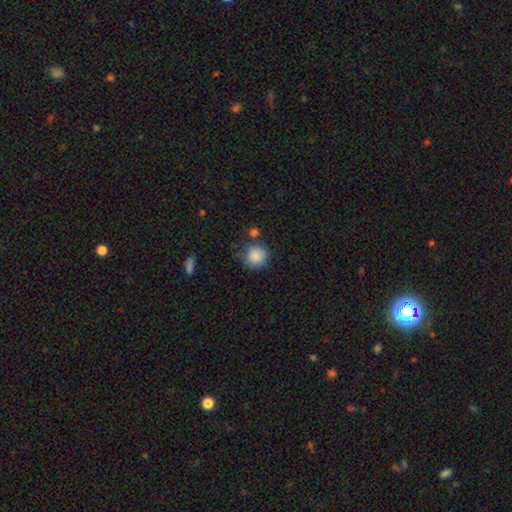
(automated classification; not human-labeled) A smooth galaxy with no disk features (88%) that is round (92%).

Vote fractions:
- Smooth or featured? smooth: 88% / star or artifact: 8% / featured or disk: 4%
- How rounded? round: 92% / in between: 7% / cigar-shaped: 1%
- Merging? none: 74% / minor disturbance: 15% / merger: 6% / major disturbance: 5%